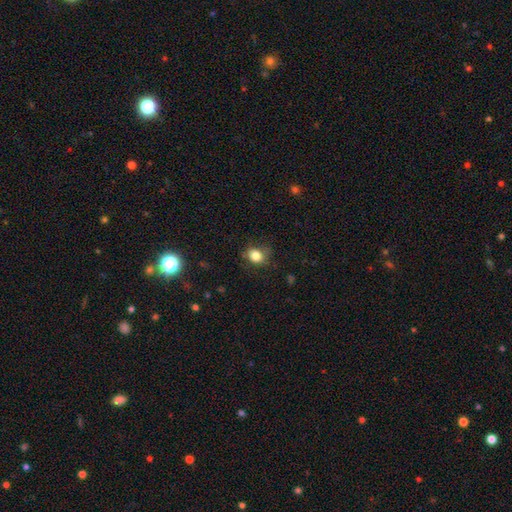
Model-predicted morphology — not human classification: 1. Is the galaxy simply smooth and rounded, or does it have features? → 83% smooth, 10% star or artifact, 7% featured or disk.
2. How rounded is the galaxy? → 58% round, 41% in between, 1% cigar-shaped.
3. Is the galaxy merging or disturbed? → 68% none, 22% minor disturbance, 8% major disturbance, 1% merger.